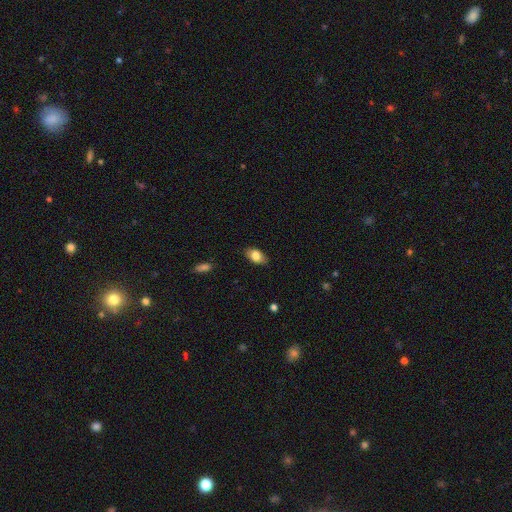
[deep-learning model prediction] Overall: smooth (82%). How rounded: in between (90%). Merging: none (84%).